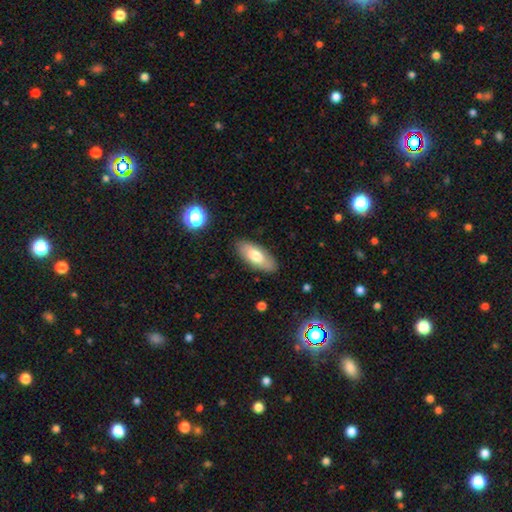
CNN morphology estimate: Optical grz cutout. It shows a smooth galaxy with no disk features (72%) that is in between round and cigar-shaped (82%). Merging: none (86%).